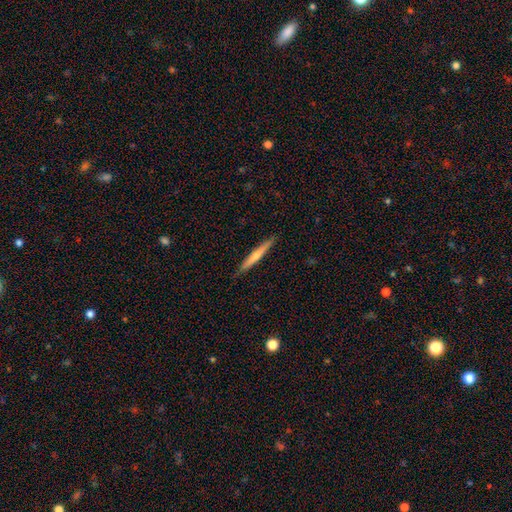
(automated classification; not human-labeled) Overall: featured or disk (49%; smooth 46%). Merging: none (90%).